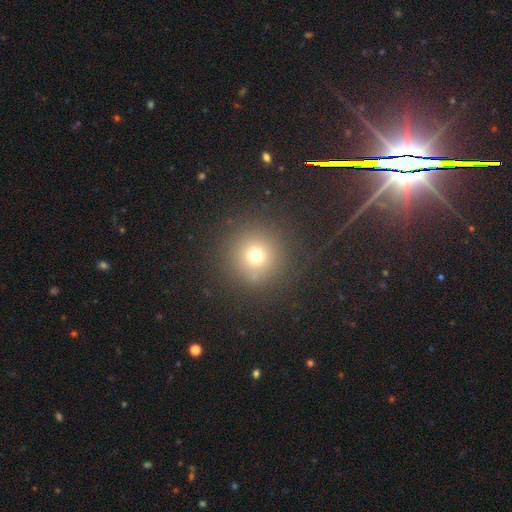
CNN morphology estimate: Overall: smooth (71%). How rounded: round (95%). Merging: none (86%).